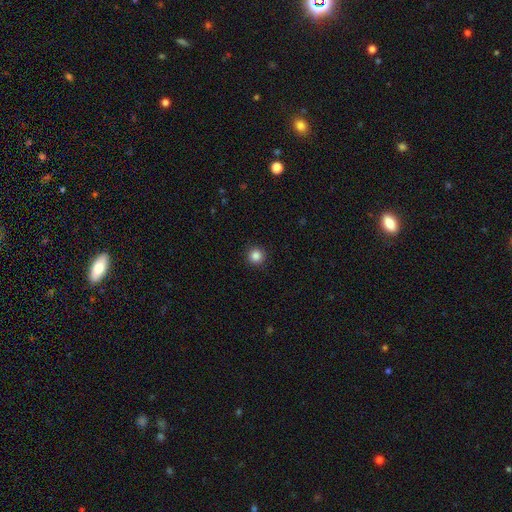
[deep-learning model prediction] Smooth or featured? smooth (85%)
How rounded? round (96%)
Merging? none (93%)